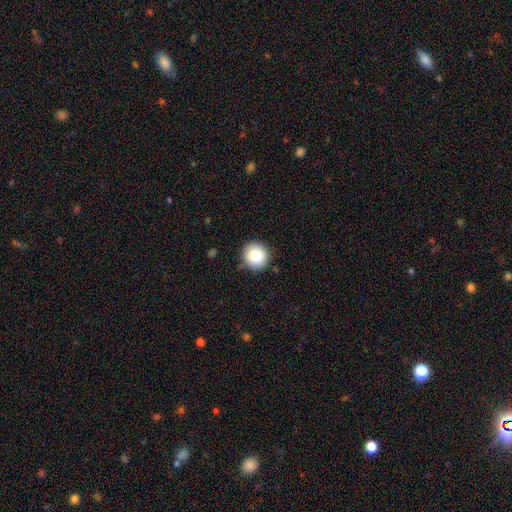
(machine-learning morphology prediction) The model was most divided on "smooth or featured": smooth: 83%, star or artifact: 9%, featured or disk: 7%. More confident: how rounded — round (93%); merging — none (87%).